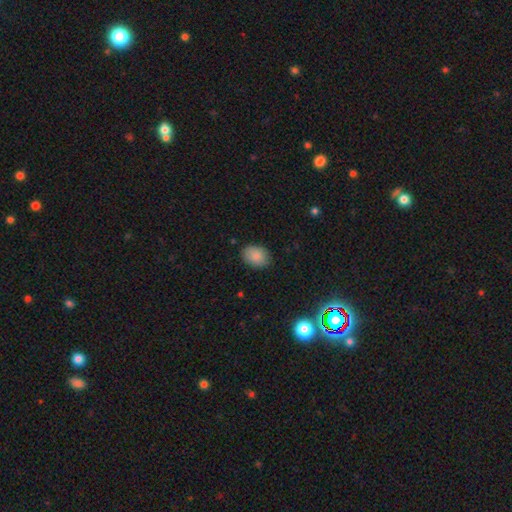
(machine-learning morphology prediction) smooth_or_featured: smooth (p=0.86) [alt: star or artifact p=0.08]
how_rounded: in between (p=0.74) [alt: round p=0.25]
merging: none (p=0.86) [alt: minor disturbance p=0.11]